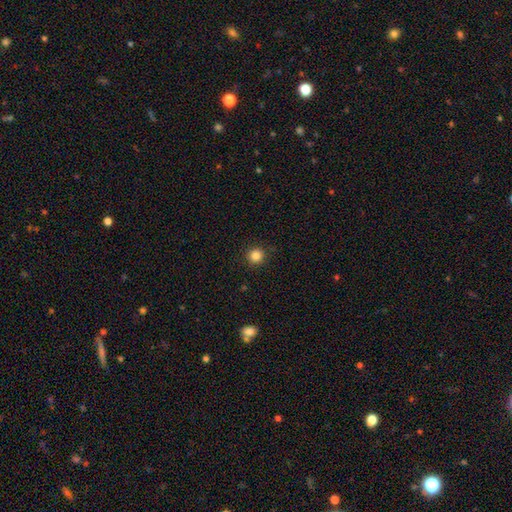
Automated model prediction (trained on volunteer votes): Smooth or featured? Predicted: smooth (p=0.85). How rounded? Predicted: round (p=0.95). Merging? Predicted: none (p=0.92).